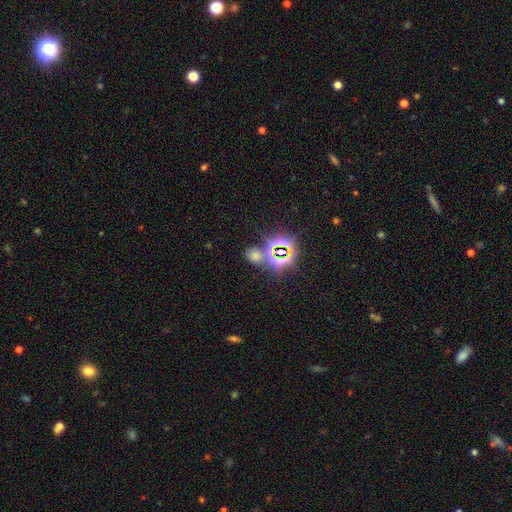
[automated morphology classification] Overall: star or artifact (47%; smooth 46%).